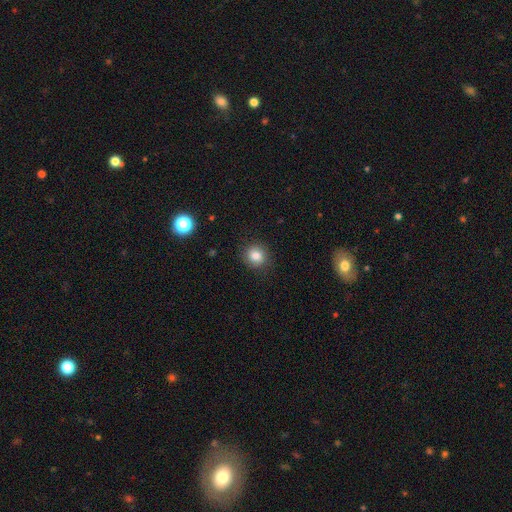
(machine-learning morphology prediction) Smooth or featured?
  - smooth: 83% *
  - star or artifact: 11%
  - featured or disk: 6%
How rounded?
  - round: 84% *
  - in between: 15%
  - cigar-shaped: 1%
Merging?
  - none: 88% *
  - minor disturbance: 8%
  - major disturbance: 3%
  - merger: 1%